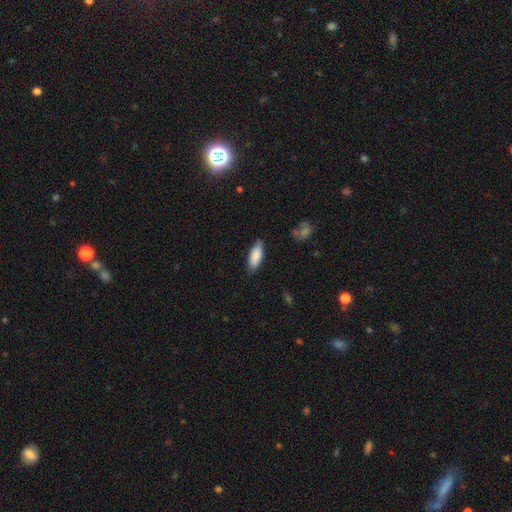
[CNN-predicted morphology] Smooth or featured?
  - smooth: 87% *
  - featured or disk: 7%
  - star or artifact: 6%
How rounded?
  - in between: 77% *
  - cigar-shaped: 21%
  - round: 2%
Merging?
  - none: 79% *
  - minor disturbance: 16%
  - major disturbance: 3%
  - merger: 1%